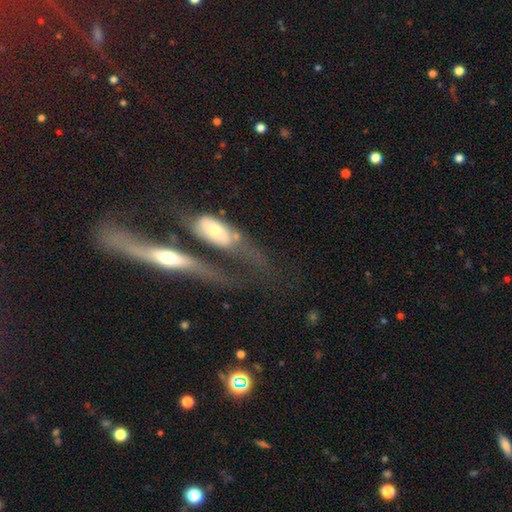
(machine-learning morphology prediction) Smooth or featured: featured or disk — 68% (smooth — 23%)
Edge-on disk: yes — 53% (no — 47%)
Merging: merger — 50% (none — 23%)